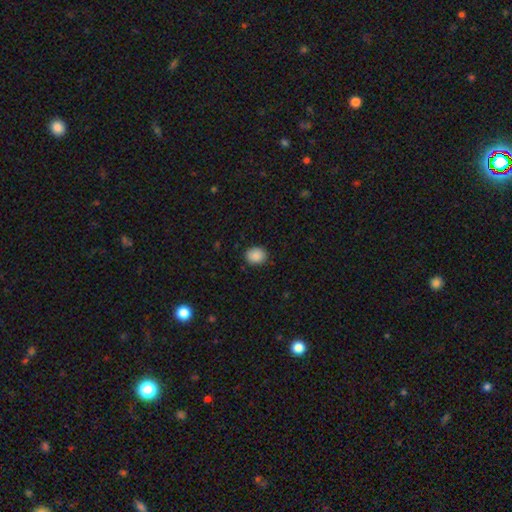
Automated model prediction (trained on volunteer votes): A smooth galaxy with no disk features (88%) that is round (61%).

Vote fractions:
- Smooth or featured? smooth: 88% / star or artifact: 9% / featured or disk: 3%
- How rounded? round: 61% / in between: 38% / cigar-shaped: 1%
- Merging? none: 88% / minor disturbance: 9% / major disturbance: 2% / merger: 1%